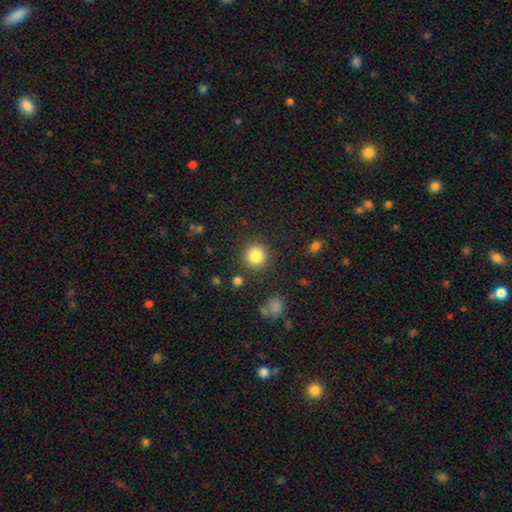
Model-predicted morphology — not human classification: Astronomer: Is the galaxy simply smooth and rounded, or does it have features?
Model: smooth — 84%.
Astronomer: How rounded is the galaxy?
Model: round — 94%.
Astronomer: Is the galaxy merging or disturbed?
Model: none — 88%.